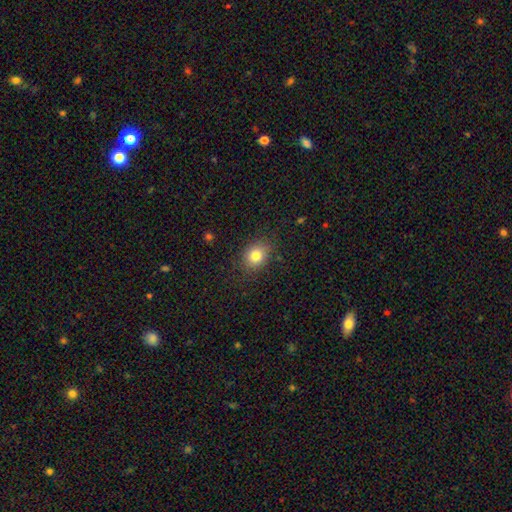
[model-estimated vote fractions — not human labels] smooth-or-featured: smooth: 81% | star or artifact: 11% | featured or disk: 8%
  how-rounded: round: 54% | in between: 45% | cigar-shaped: 1%
  merging: none: 81% | minor disturbance: 13% | major disturbance: 4% | merger: 1%